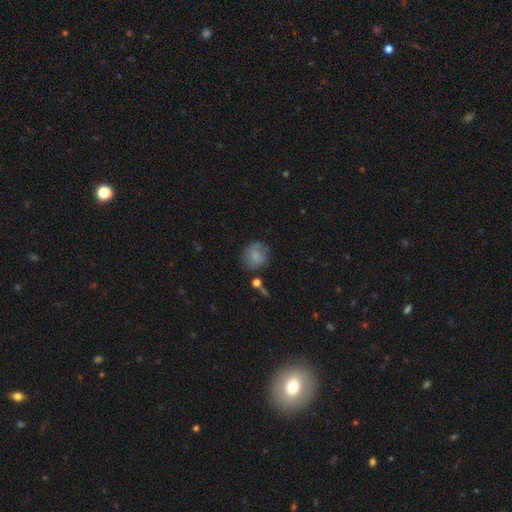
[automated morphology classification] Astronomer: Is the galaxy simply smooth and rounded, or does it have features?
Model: smooth — 75%.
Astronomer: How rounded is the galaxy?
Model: round — 84%.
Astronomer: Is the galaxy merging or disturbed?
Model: none — 66%.